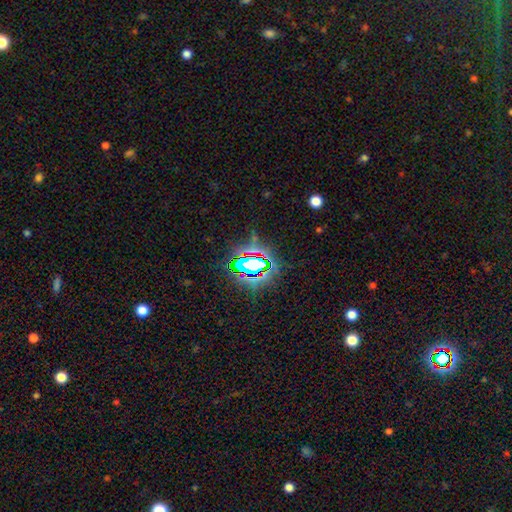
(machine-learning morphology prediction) Overall: star or artifact (69%).